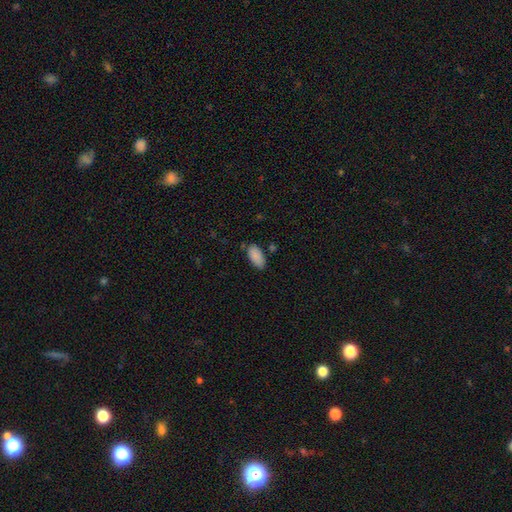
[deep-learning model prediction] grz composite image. It shows a smooth galaxy with no disk features (89%) that is in between round and cigar-shaped (93%). Merging: none (78%).